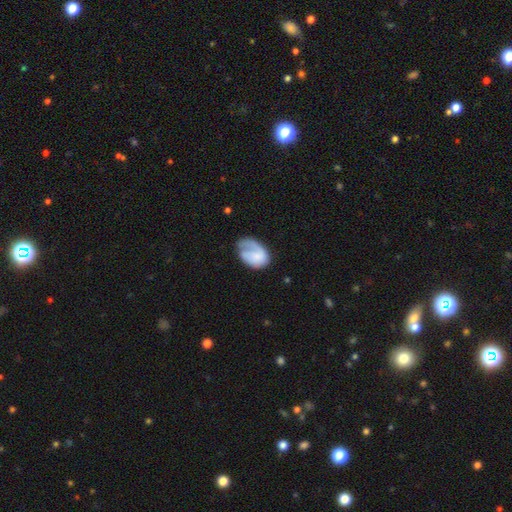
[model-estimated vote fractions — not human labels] Smooth or featured?
  - smooth: 56% *
  - featured or disk: 38%
  - star or artifact: 6%
How rounded?
  - in between: 82% *
  - round: 17%
  - cigar-shaped: 1%
Merging?
  - none: 35% *
  - major disturbance: 33%
  - minor disturbance: 29%
  - merger: 3%